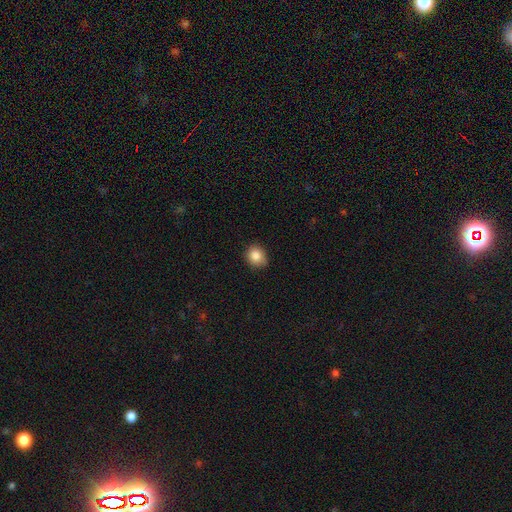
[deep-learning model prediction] smooth 85%, star or artifact 10%, featured or disk 5%. Down the decision tree: how rounded — round (78%); merging — none (80%).